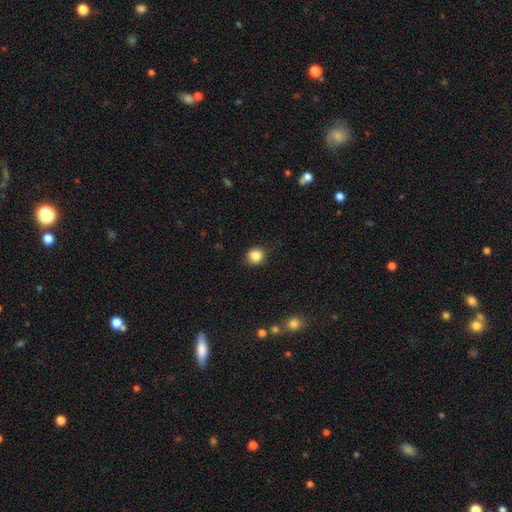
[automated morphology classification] The model was most divided on "how rounded": round: 83%, in between: 16%, cigar-shaped: 1%. More confident: smooth or featured — smooth (85%); merging — none (83%).